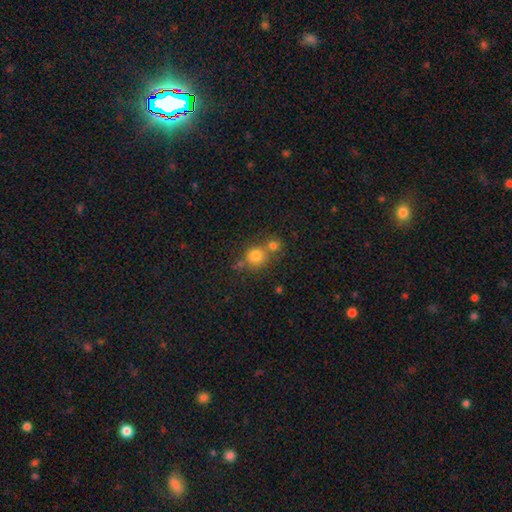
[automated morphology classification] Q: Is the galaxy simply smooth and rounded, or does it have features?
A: smooth — 78%.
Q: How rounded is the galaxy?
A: round — 88%.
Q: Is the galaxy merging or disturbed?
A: none — 50%.